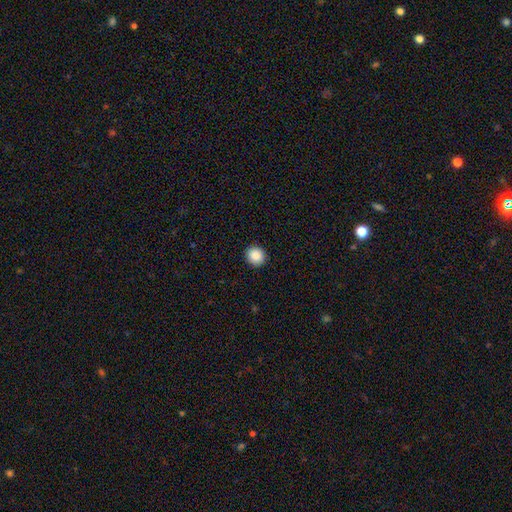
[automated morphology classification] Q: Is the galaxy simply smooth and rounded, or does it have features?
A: smooth — 88%.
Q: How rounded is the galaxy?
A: round — 88%.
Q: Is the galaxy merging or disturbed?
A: none — 92%.